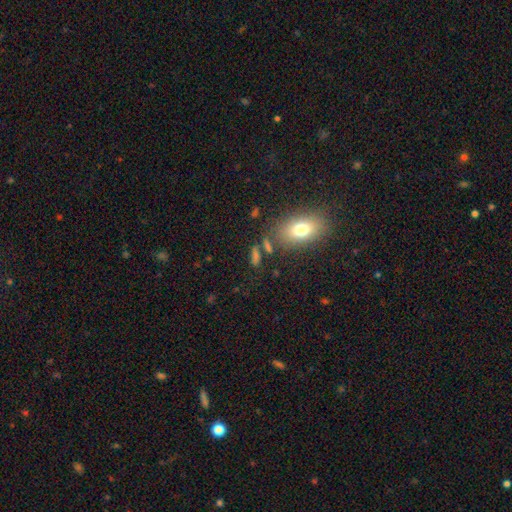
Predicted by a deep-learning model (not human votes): Smooth or featured? Predicted: smooth (p=0.64). How rounded? Predicted: in between (p=0.55). Merging? Predicted: none (p=0.72).